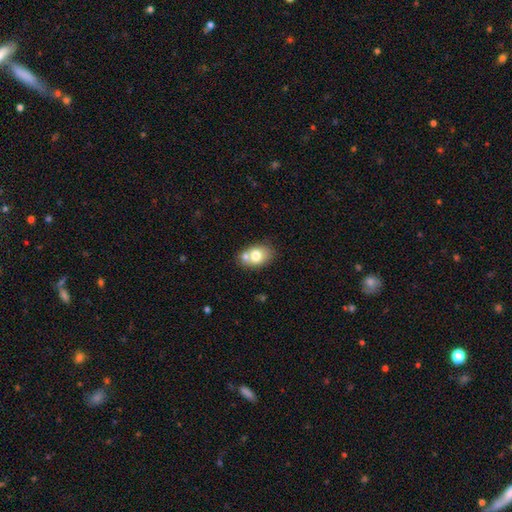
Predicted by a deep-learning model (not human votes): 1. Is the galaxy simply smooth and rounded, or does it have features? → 72% smooth, 19% featured or disk, 9% star or artifact.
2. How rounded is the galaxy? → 75% in between, 24% round, 1% cigar-shaped.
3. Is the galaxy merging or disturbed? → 53% none, 30% merger, 13% minor disturbance, 4% major disturbance.